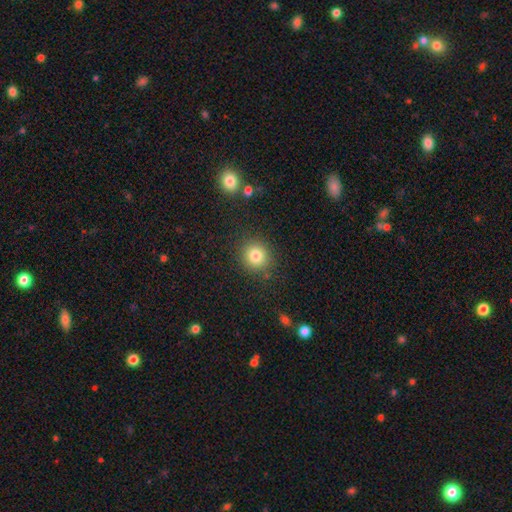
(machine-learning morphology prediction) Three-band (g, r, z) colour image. It shows a smooth galaxy with no disk features (80%) that is round (88%). Merging: none (86%).